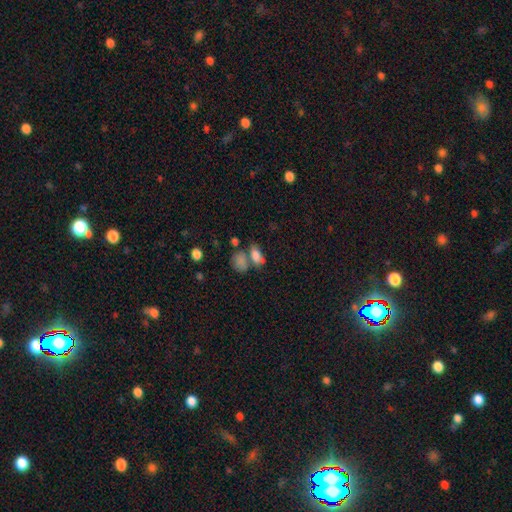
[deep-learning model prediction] This is likely a smooth galaxy (79%). How rounded: clearly in between (83%). Merging: marginally none (41%).